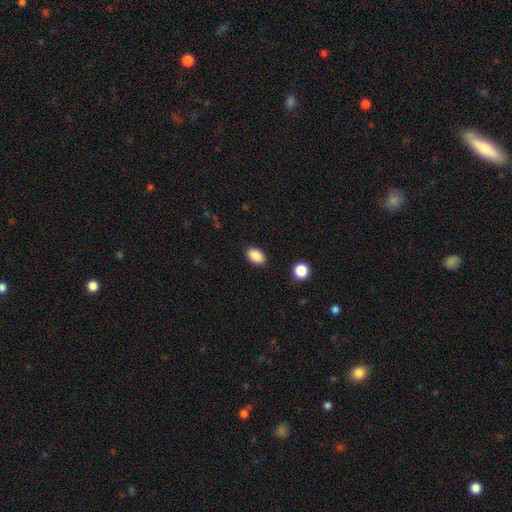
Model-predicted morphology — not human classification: Q: Smooth or featured?
A: smooth (88%); runner-up: star or artifact (8%)
Q: How rounded?
A: in between (89%); runner-up: round (10%)
Q: Merging?
A: none (88%); runner-up: minor disturbance (9%)